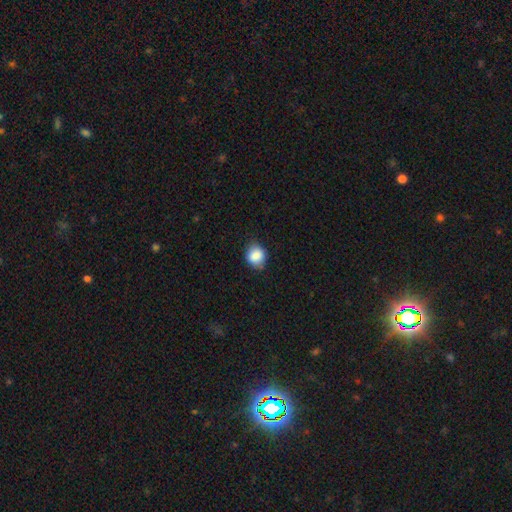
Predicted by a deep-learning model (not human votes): Smooth or featured?
  - smooth: 86% *
  - star or artifact: 9%
  - featured or disk: 5%
How rounded?
  - round: 66% *
  - in between: 33%
  - cigar-shaped: 1%
Merging?
  - none: 79% *
  - minor disturbance: 17%
  - major disturbance: 3%
  - merger: 1%